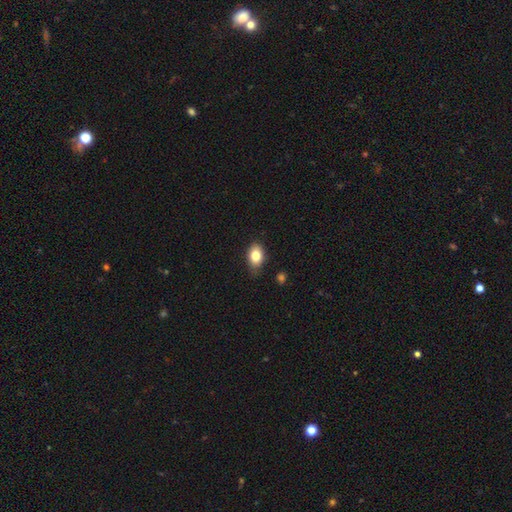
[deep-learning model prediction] smooth_or_featured: smooth (p=0.81) [alt: featured or disk p=0.10]
how_rounded: in between (p=0.78) [alt: round p=0.20]
merging: none (p=0.75) [alt: minor disturbance p=0.21]